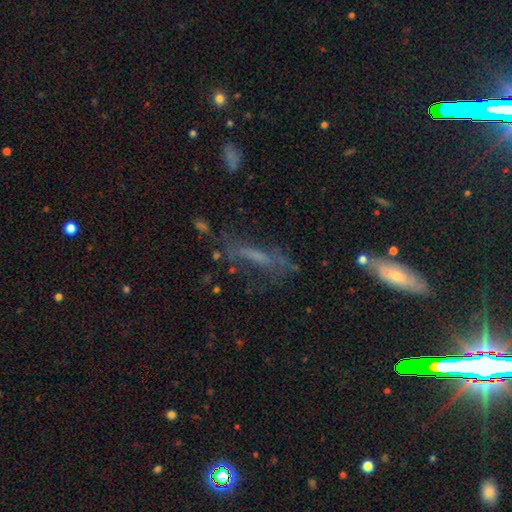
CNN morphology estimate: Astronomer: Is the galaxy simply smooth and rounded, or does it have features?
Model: featured or disk — 43% (runner-up: smooth, 37%).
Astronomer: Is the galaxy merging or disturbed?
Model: none — 54%.